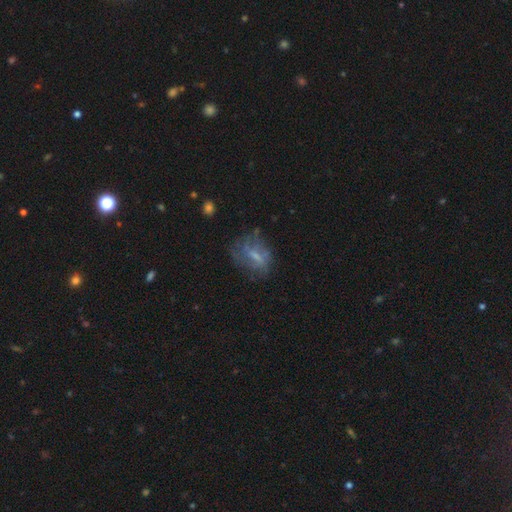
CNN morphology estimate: Smooth or featured?
  - featured or disk: 54% *
  - smooth: 35%
  - star or artifact: 11%
Edge-on disk?
  - no: 92% *
  - yes: 8%
Merging?
  - none: 53% *
  - minor disturbance: 24%
  - major disturbance: 19%
  - merger: 3%